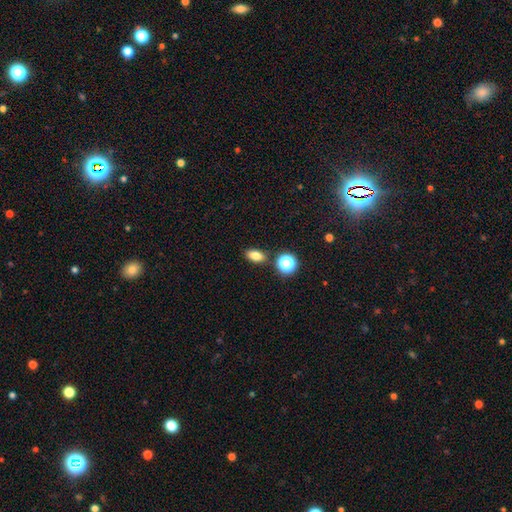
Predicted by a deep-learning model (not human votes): Smooth or featured? smooth (80%)
How rounded? in between (82%)
Merging? none (83%)